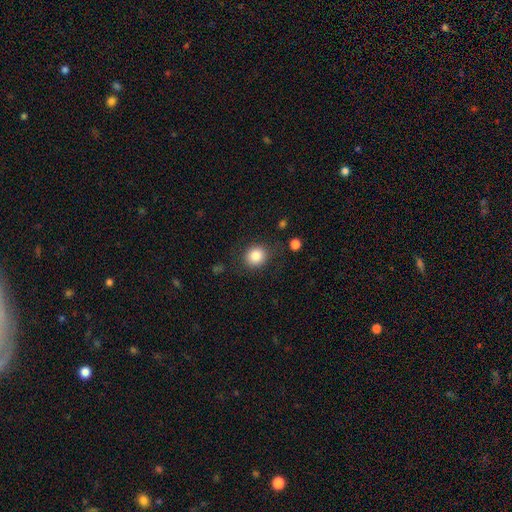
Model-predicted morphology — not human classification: This is clearly a smooth galaxy (84%). How rounded: likely round (80%). Merging: clearly none (83%).